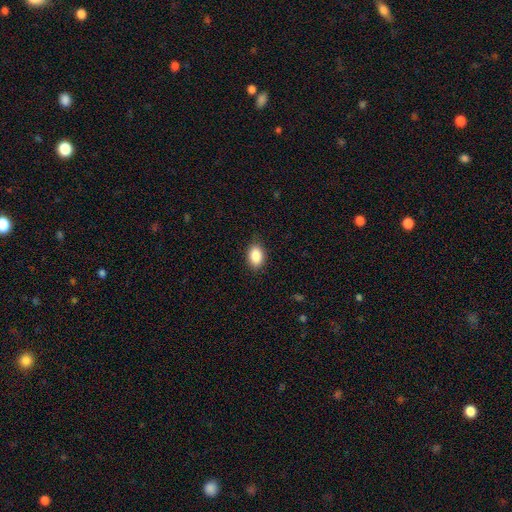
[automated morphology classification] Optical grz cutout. It shows a smooth galaxy with no disk features (88%) that is in between round and cigar-shaped (85%). Merging: none (84%).